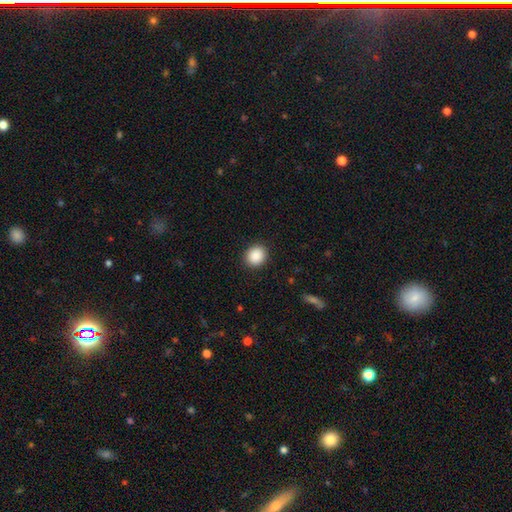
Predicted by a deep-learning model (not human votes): smooth_or_featured: smooth (p=0.89) [alt: star or artifact p=0.08]
how_rounded: round (p=0.77) [alt: in between p=0.22]
merging: none (p=0.91) [alt: minor disturbance p=0.06]